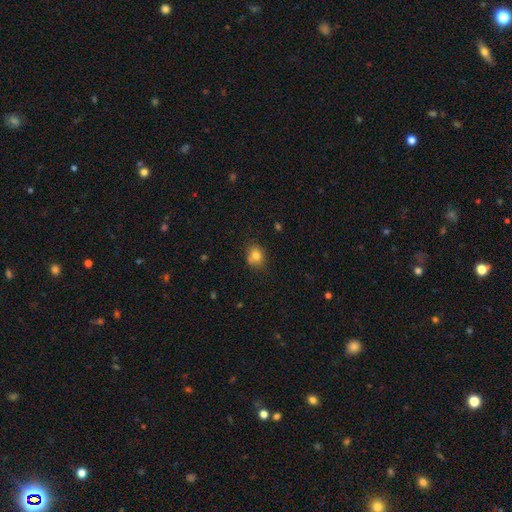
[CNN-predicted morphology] A smooth galaxy with no disk features (79%) that is round (68%). Merging: none (70%).